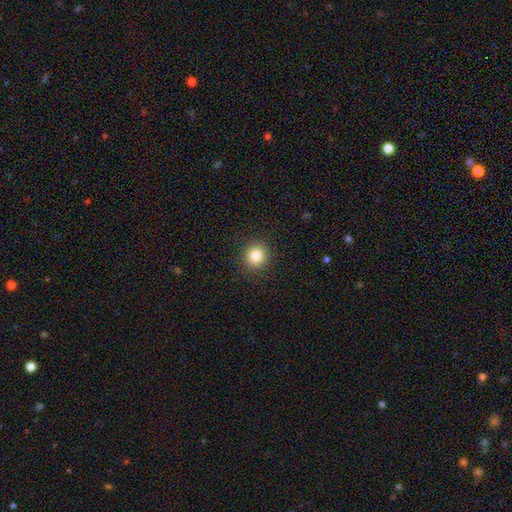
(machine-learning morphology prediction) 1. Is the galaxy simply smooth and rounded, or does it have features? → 83% smooth, 11% star or artifact, 6% featured or disk.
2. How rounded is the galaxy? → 89% round, 10% in between, 1% cigar-shaped.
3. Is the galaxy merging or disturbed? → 91% none, 6% minor disturbance, 2% major disturbance, 1% merger.